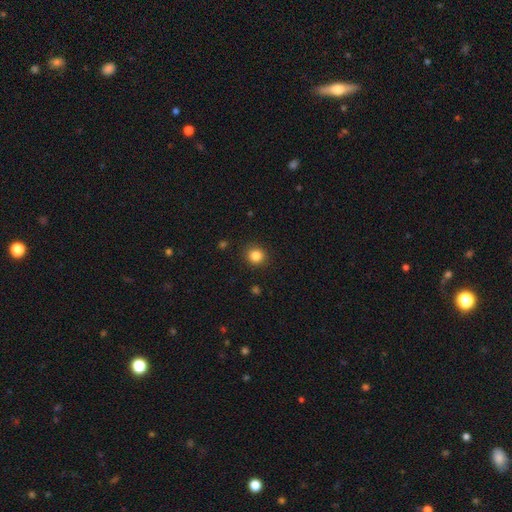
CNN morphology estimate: Overall: smooth (85%). How rounded: round (90%). Merging: none (91%).